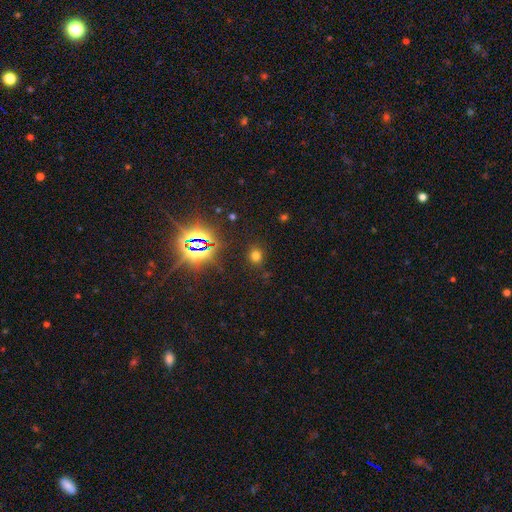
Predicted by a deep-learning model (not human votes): This is likely a smooth galaxy (64%). How rounded: likely round (78%). Merging: clearly none (86%).